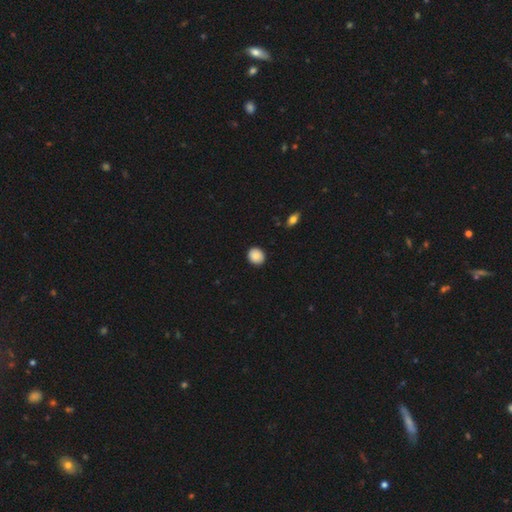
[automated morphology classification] Overall: smooth (88%). How rounded: round (78%). Merging: none (91%).